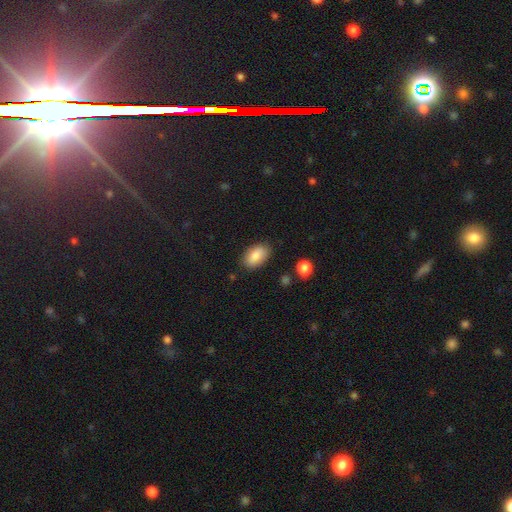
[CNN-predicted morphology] smooth 85%, featured or disk 8%, star or artifact 7%. Down the decision tree: how rounded — in between (92%); merging — none (83%).